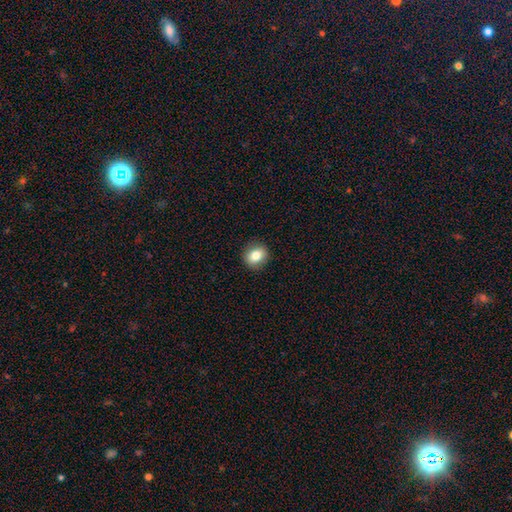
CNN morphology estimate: Smooth or featured? Predicted: smooth (p=0.81). How rounded? Predicted: round (p=0.68). Merging? Predicted: none (p=0.90).